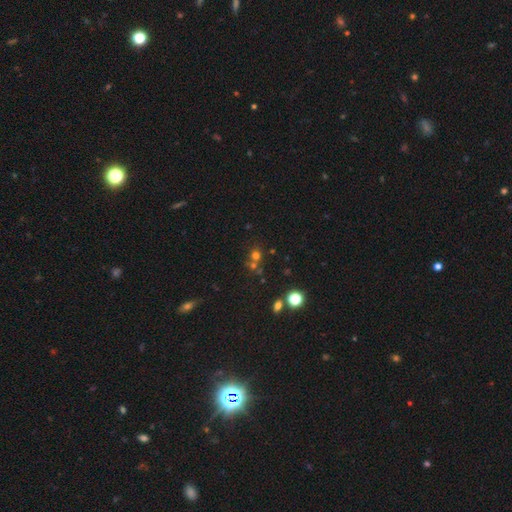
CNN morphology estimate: smooth 59%, star or artifact 31%, featured or disk 10%. Down the decision tree: how rounded — round (85%); merging — none (58%).